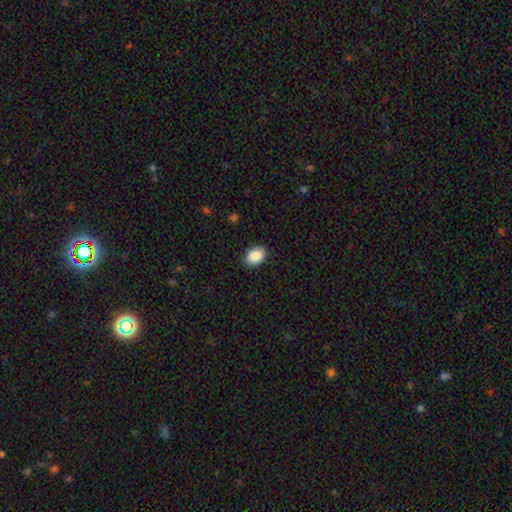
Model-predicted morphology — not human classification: Q: Smooth or featured?
A: smooth (89%); runner-up: star or artifact (7%)
Q: How rounded?
A: in between (84%); runner-up: round (15%)
Q: Merging?
A: none (89%); runner-up: minor disturbance (8%)